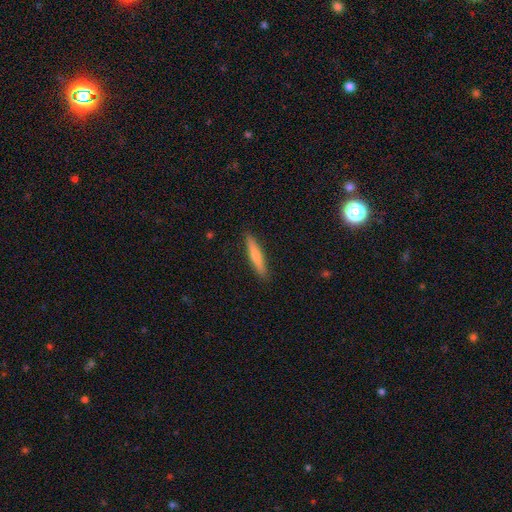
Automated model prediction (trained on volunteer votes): This is likely a smooth galaxy (71%). How rounded: clearly cigar-shaped (90%). Merging: clearly none (90%).